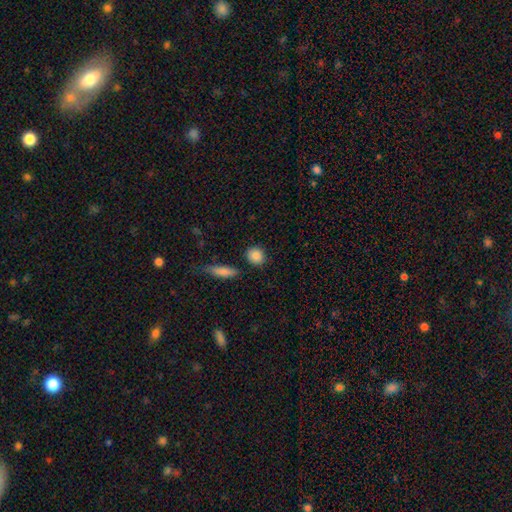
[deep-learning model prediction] Morphology: type=smooth (87%); roundness=round (79%); merging=none (84%).